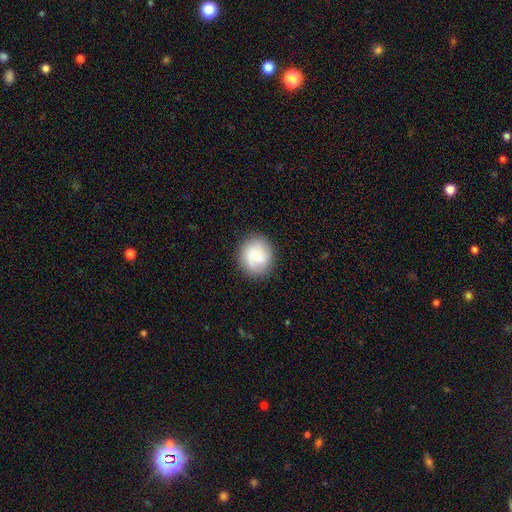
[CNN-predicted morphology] This is possibly a smooth galaxy (58%). How rounded: clearly round (84%). Merging: clearly none (84%).